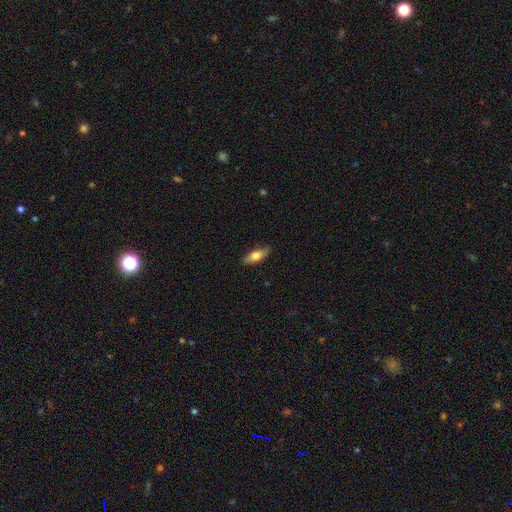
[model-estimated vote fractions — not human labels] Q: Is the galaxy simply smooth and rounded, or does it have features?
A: smooth — 68%.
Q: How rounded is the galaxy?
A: in between — 65%.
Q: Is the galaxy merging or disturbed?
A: none — 84%.